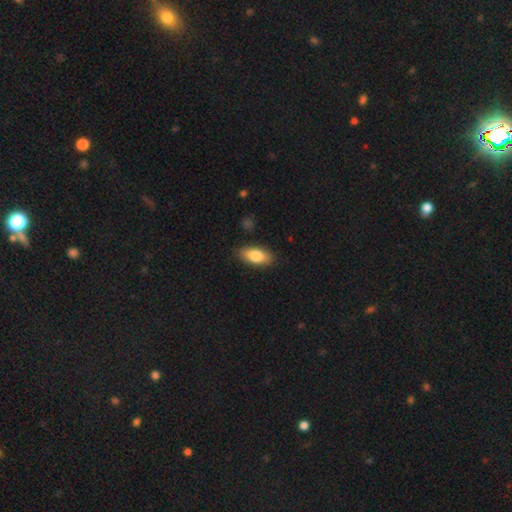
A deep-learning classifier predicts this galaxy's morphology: smooth-or-featured: smooth: 80% | featured or disk: 13% | star or artifact: 6%
  how-rounded: in between: 86% | cigar-shaped: 10% | round: 4%
  merging: none: 86% | minor disturbance: 10% | major disturbance: 2% | merger: 1%